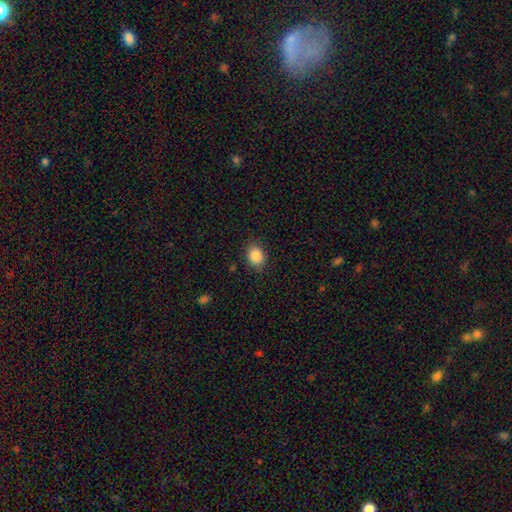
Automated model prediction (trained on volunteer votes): smooth_or_featured: smooth (p=0.87) [alt: star or artifact p=0.09]
how_rounded: round (p=0.53) [alt: in between p=0.46]
merging: none (p=0.84) [alt: minor disturbance p=0.12]